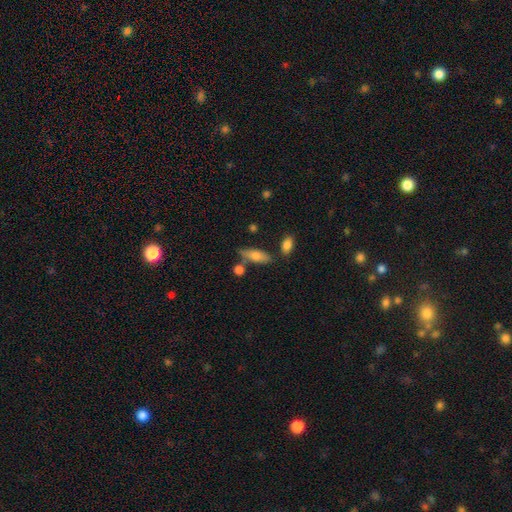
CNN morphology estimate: Smooth or featured: smooth — 71% (featured or disk — 22%)
How rounded: in between — 60% (cigar-shaped — 37%)
Merging: none — 65% (minor disturbance — 17%)